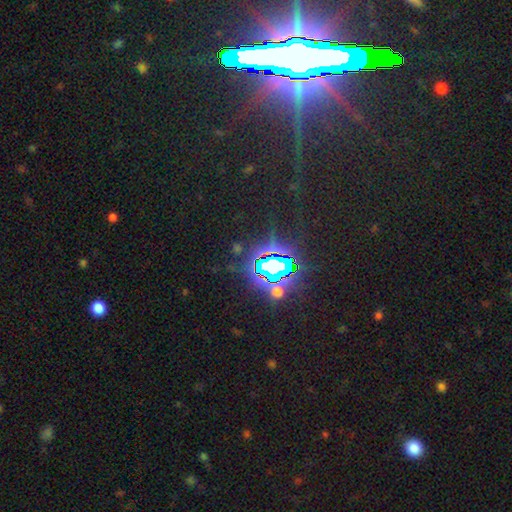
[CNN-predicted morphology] star or artifact 81%, featured or disk 10%, smooth 9%.